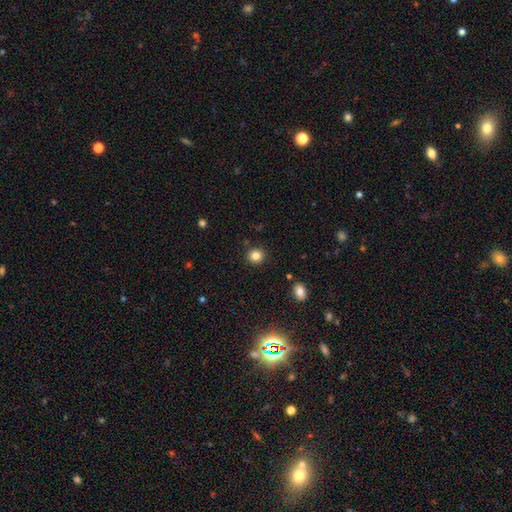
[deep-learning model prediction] A smooth galaxy with no disk features (84%) that is round (87%). Merging: none (89%).